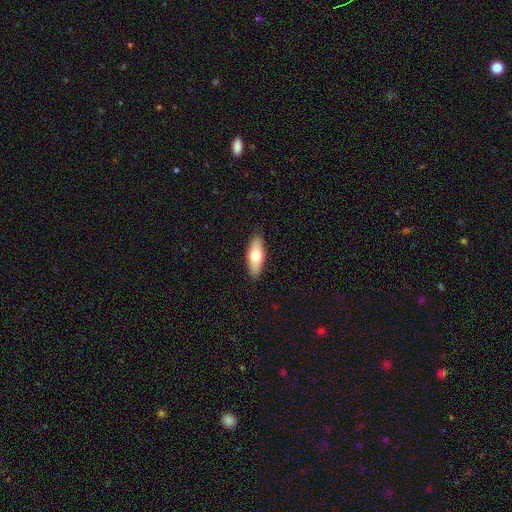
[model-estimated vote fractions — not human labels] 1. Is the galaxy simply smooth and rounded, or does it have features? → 66% smooth, 28% featured or disk, 6% star or artifact.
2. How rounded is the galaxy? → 72% in between, 25% cigar-shaped, 3% round.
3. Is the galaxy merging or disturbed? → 89% none, 8% minor disturbance, 2% major disturbance, 1% merger.